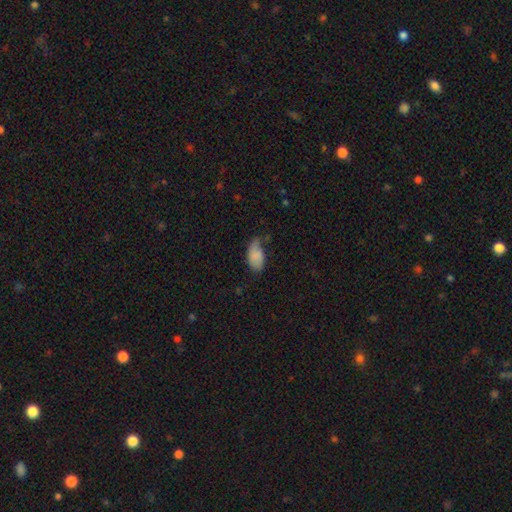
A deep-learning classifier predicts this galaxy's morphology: This is clearly a smooth galaxy (83%). How rounded: clearly in between (94%). Merging: marginally minor disturbance (41%).